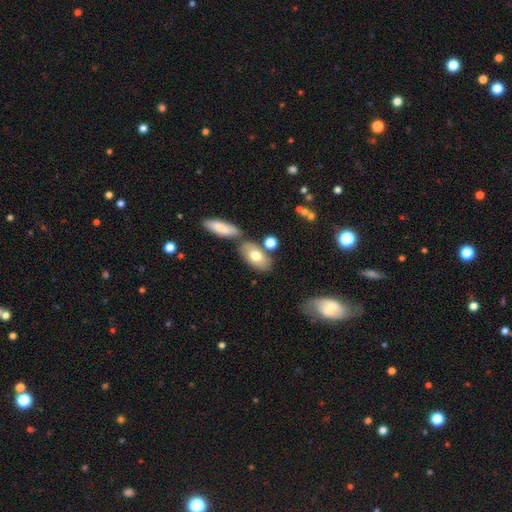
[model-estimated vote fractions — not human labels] smooth_or_featured: smooth (p=0.71) [alt: featured or disk p=0.22]
how_rounded: in between (p=0.88) [alt: cigar-shaped p=0.07]
merging: none (p=0.64) [alt: merger p=0.18]